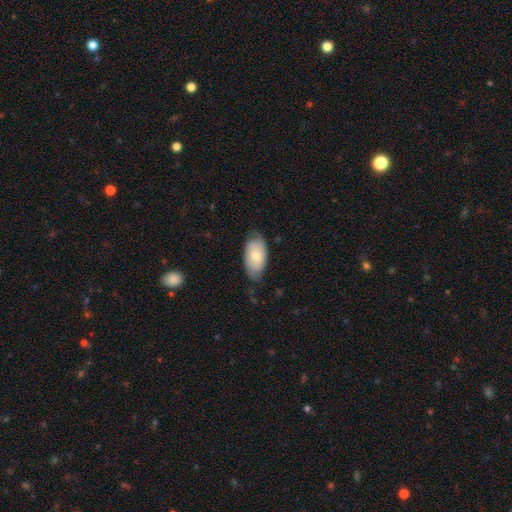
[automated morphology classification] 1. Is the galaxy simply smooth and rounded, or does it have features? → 67% smooth, 27% featured or disk, 6% star or artifact.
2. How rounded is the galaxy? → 94% in between, 4% round, 2% cigar-shaped.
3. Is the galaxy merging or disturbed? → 68% none, 26% minor disturbance, 5% major disturbance, 1% merger.